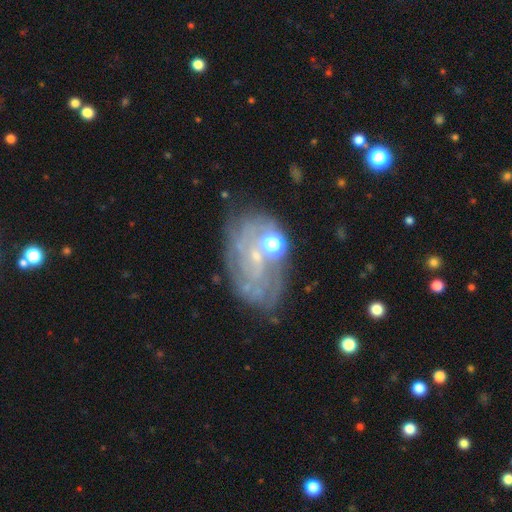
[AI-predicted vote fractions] Q: Smooth or featured?
A: featured or disk (71%); runner-up: smooth (16%)
Q: Edge-on disk?
A: no (96%); runner-up: yes (4%)
Q: Bar?
A: no (63%); runner-up: weak (29%)
Q: Spiral arms?
A: yes (76%); runner-up: no (24%)
Q: Spiral winding?
A: tight (58%); runner-up: medium (29%)
Q: Spiral arm count?
A: can't tell (51%); runner-up: 2 (21%)
Q: Bulge size?
A: small (59%); runner-up: moderate (24%)
Q: Merging?
A: none (62%); runner-up: minor disturbance (20%)